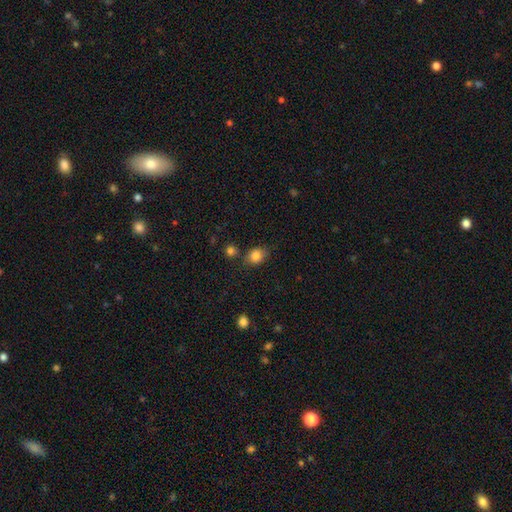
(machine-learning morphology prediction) type=smooth (84%); roundness=in between (55%); merging=none (71%).